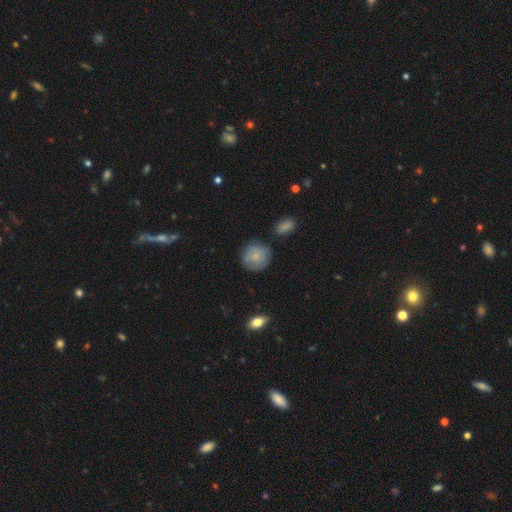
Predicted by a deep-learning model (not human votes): Q: Smooth or featured?
A: smooth (78%); runner-up: featured or disk (14%)
Q: How rounded?
A: round (91%); runner-up: in between (8%)
Q: Merging?
A: none (75%); runner-up: minor disturbance (17%)